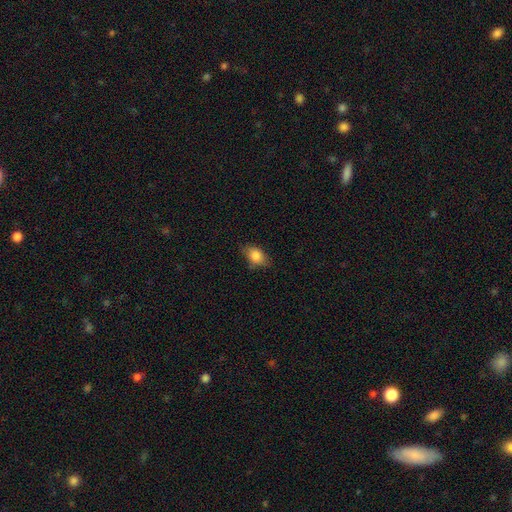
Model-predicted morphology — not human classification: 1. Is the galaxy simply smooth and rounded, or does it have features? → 83% smooth, 8% featured or disk, 8% star or artifact.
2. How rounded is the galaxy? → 80% in between, 18% round, 3% cigar-shaped.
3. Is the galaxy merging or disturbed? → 68% none, 25% minor disturbance, 5% major disturbance, 2% merger.